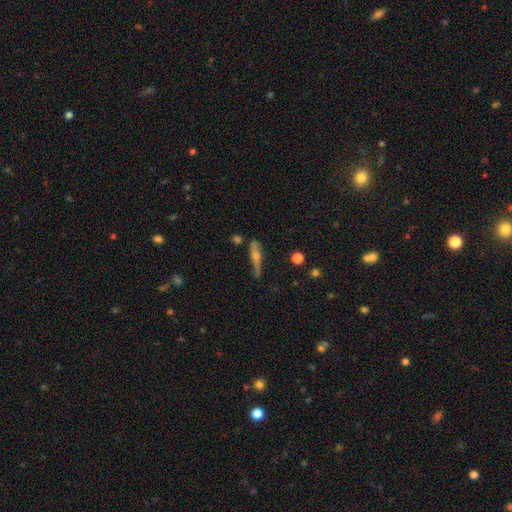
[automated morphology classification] A featured or disk galaxy (62%) viewed edge-on (85%) with a rounded central bulge (86%). Merging: none (63%).